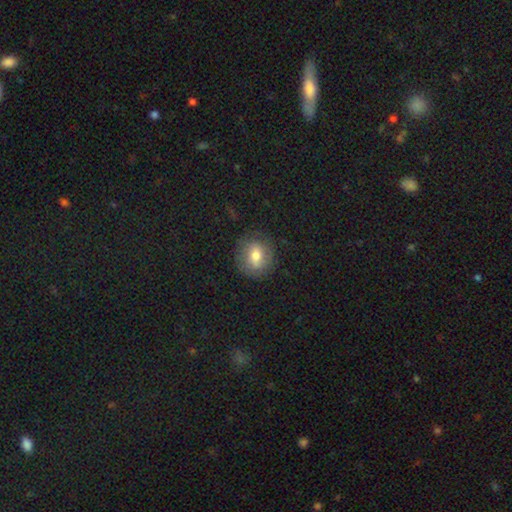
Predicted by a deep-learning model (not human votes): Q: Smooth or featured?
A: smooth (62%); runner-up: featured or disk (29%)
Q: How rounded?
A: round (71%); runner-up: in between (27%)
Q: Merging?
A: none (78%); runner-up: minor disturbance (15%)